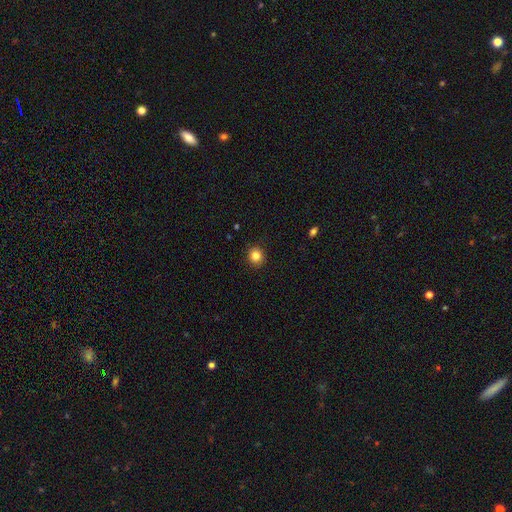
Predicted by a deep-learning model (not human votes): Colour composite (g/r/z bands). It shows a smooth galaxy with no disk features (84%) that is round (87%). Merging: none (91%).